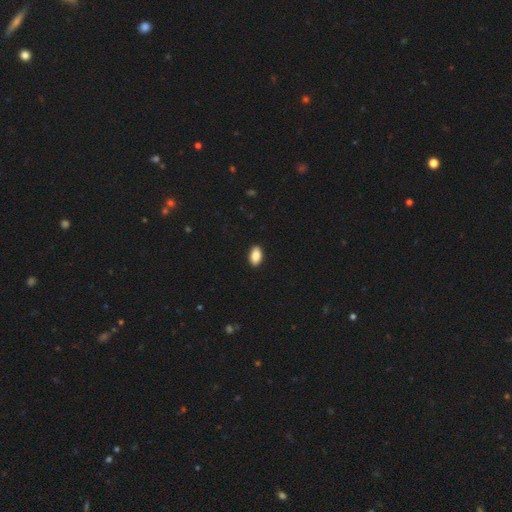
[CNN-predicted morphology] type=smooth (90%); roundness=in between (93%); merging=none (91%).